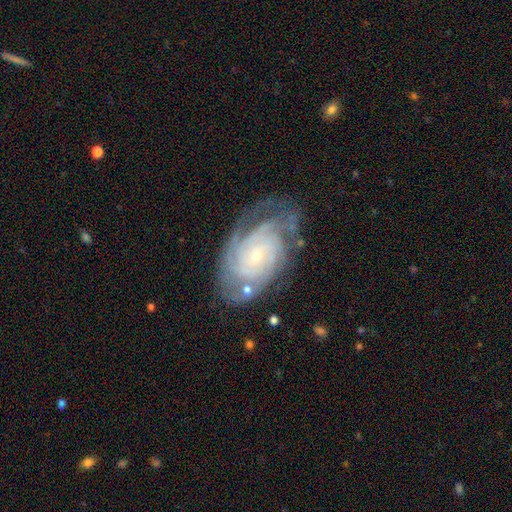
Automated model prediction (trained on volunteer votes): A featured or disk galaxy (86%) with no bar (73%), tight (74%) spiral arms (96%) and a small central bulge (81%). Merging: none (66%).